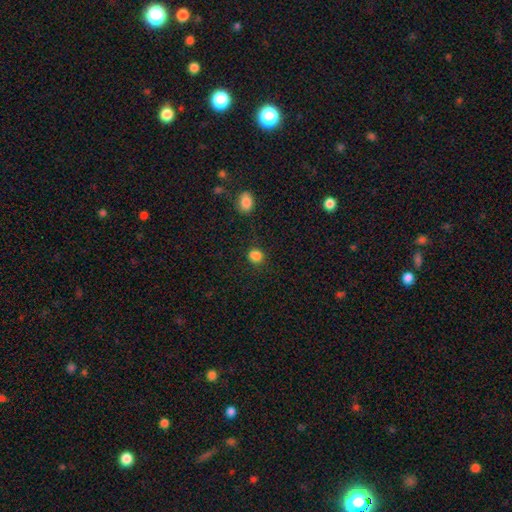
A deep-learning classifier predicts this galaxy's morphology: smooth-or-featured: smooth: 83% | star or artifact: 13% | featured or disk: 4%
  how-rounded: round: 62% | in between: 36% | cigar-shaped: 1%
  merging: none: 75% | minor disturbance: 15% | merger: 6% | major disturbance: 5%